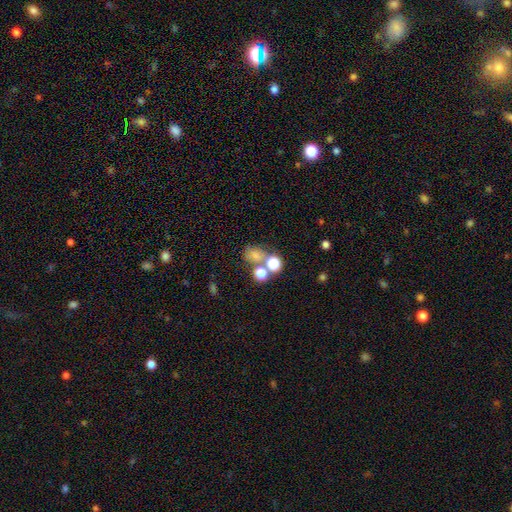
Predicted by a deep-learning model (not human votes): Q: Smooth or featured?
A: smooth (63%); runner-up: star or artifact (22%)
Q: How rounded?
A: round (60%); runner-up: in between (39%)
Q: Merging?
A: none (44%); runner-up: merger (39%)